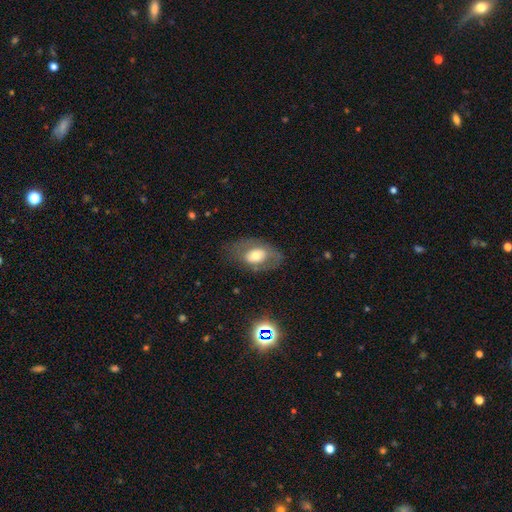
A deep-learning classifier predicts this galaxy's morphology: This is possibly a smooth galaxy (49%). Merging: likely none (66%).